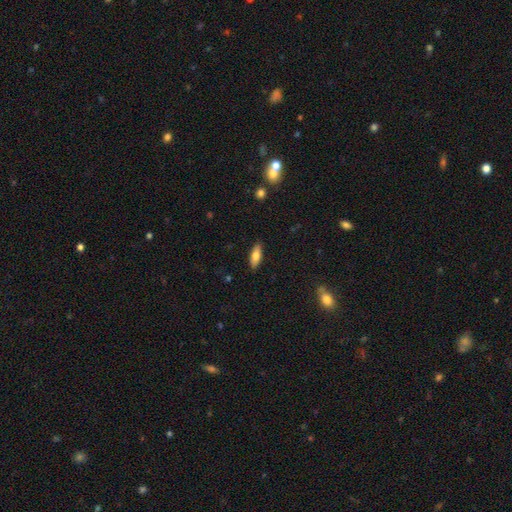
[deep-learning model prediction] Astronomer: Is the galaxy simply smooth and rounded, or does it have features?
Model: smooth — 73%.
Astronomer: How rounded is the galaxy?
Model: in between — 66%.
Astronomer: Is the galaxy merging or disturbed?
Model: none — 89%.